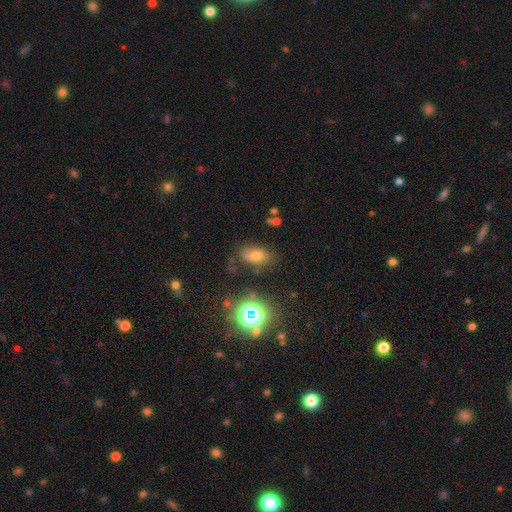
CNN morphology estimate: smooth_or_featured: smooth (p=0.59) [alt: star or artifact p=0.25]
how_rounded: in between (p=0.84) [alt: round p=0.12]
merging: none (p=0.72) [alt: minor disturbance p=0.18]